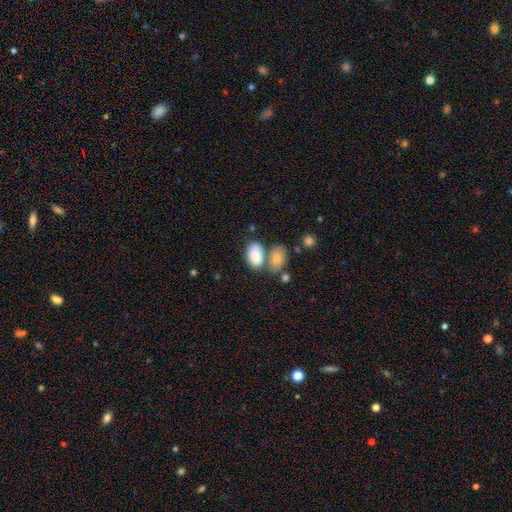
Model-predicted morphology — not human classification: This is clearly a smooth galaxy (86%). How rounded: clearly in between (93%). Merging: marginally none (44%).